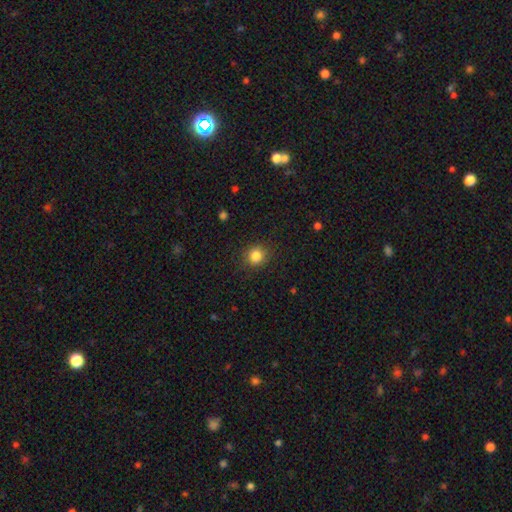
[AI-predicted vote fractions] A smooth galaxy with no disk features (84%) that is round (88%). Merging: none (89%).